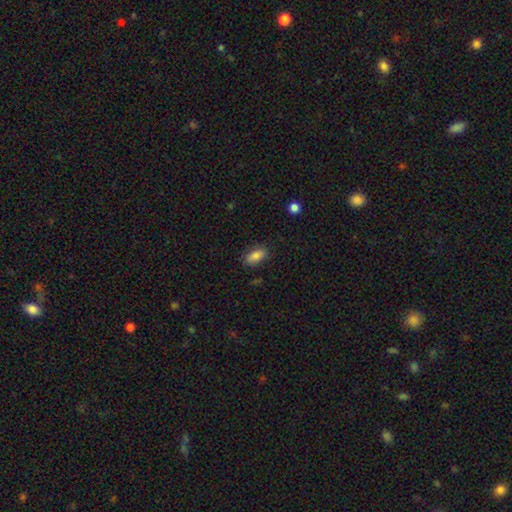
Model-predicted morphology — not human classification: A smooth galaxy with no disk features (86%) that is in between round and cigar-shaped (87%). Merging: none (82%).